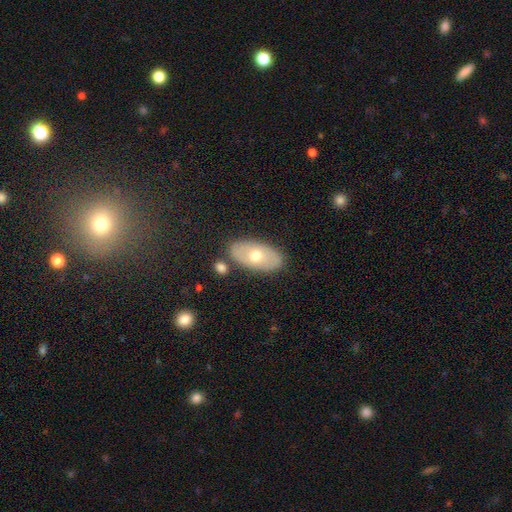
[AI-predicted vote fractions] Morphology: type=smooth (53%); roundness=in between (92%); merging=none (81%).